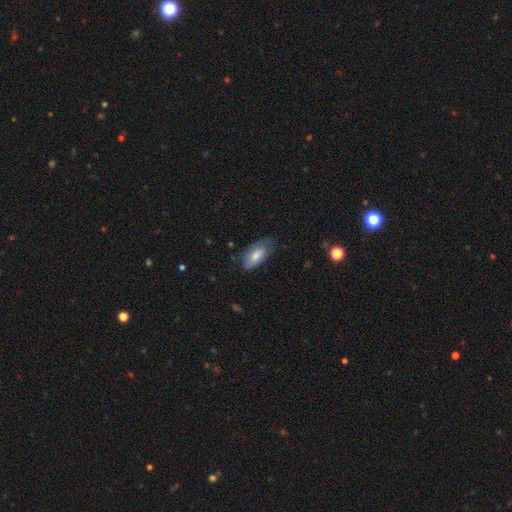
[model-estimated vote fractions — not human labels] Smooth or featured? smooth (73%)
How rounded? in between (88%)
Merging? none (56%)